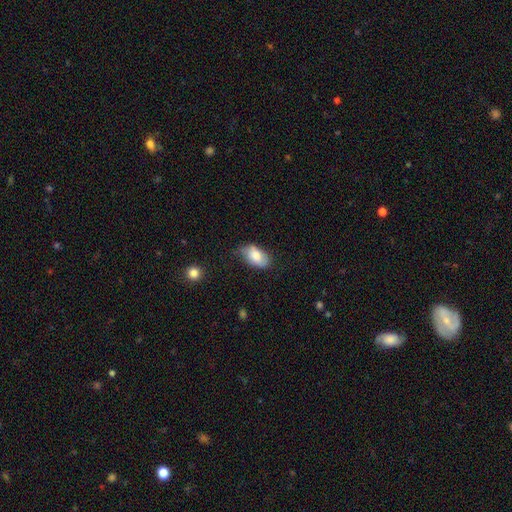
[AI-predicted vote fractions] Smooth or featured? smooth (78%)
How rounded? in between (93%)
Merging? none (55%)